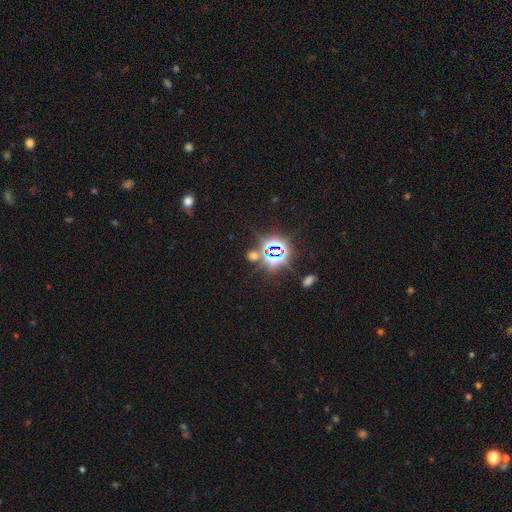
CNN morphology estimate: Overall: star or artifact (78%).